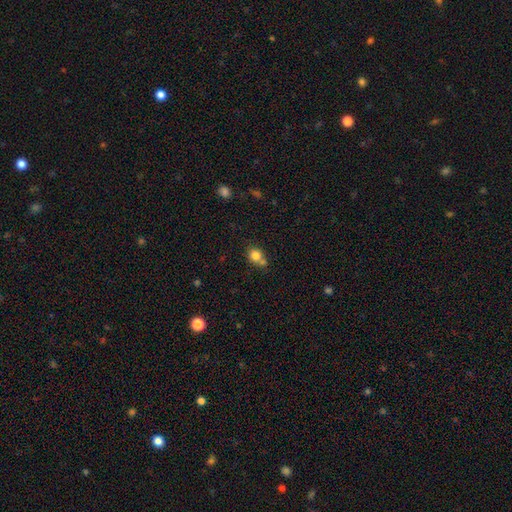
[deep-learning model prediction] Smooth or featured? Predicted: smooth (p=0.81). How rounded? Predicted: round (p=0.72). Merging? Predicted: none (p=0.52).